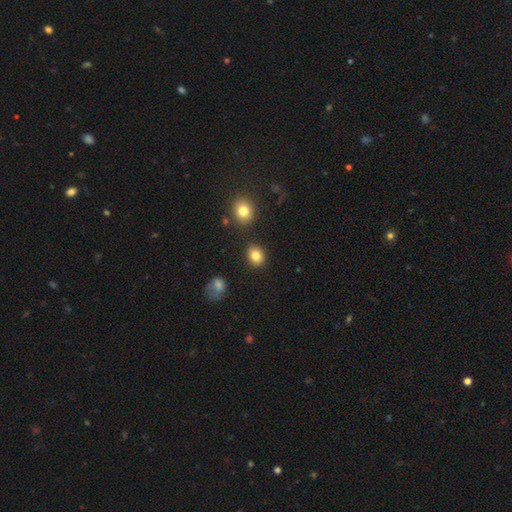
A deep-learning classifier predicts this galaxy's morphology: Smooth or featured: smooth — 83% (star or artifact — 10%)
How rounded: round — 59% (in between — 40%)
Merging: none — 86% (minor disturbance — 9%)